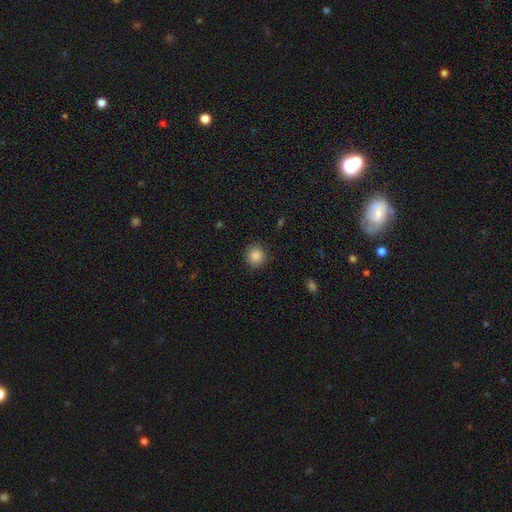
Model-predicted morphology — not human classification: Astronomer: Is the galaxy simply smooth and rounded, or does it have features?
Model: smooth — 87%.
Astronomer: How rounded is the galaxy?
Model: round — 91%.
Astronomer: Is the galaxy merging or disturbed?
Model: none — 89%.